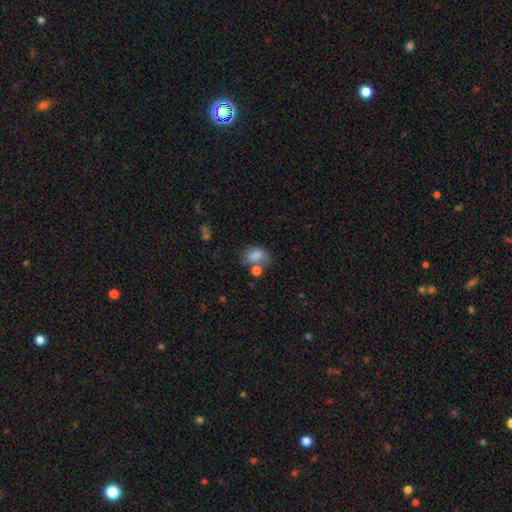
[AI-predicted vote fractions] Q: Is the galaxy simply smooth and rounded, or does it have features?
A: smooth — 78%.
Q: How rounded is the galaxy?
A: in between — 78%.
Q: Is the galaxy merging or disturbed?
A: none — 40%.